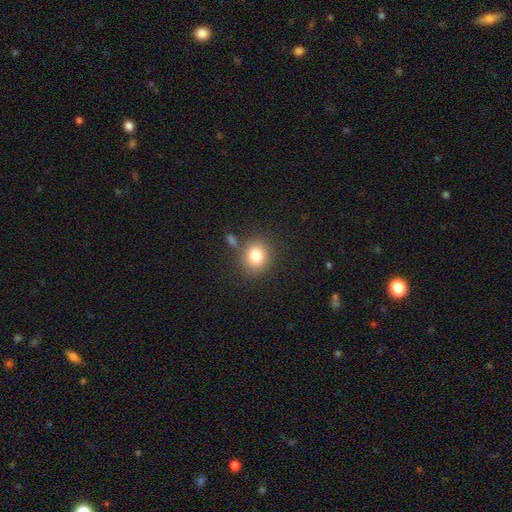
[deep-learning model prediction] Morphology: type=smooth (81%); roundness=round (75%); merging=none (77%).